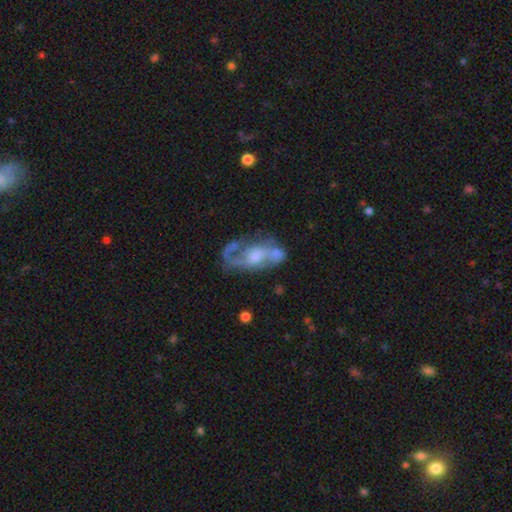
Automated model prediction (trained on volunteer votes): smooth-or-featured: featured or disk: 78% | smooth: 14% | star or artifact: 7%
  disk-edge-on: no: 94% | yes: 6%
    bar: no: 56% | weak: 35% | strong: 9%
    has-spiral-arms: yes: 83% | no: 17%
      spiral-winding: medium: 43% | loose: 41% | tight: 16%
      spiral-arm-count: 2: 68% | 1: 14% | can't tell: 12% | 3: 3% | 4: 1% | more than 4: 1%
    bulge-size: moderate: 45% | small: 29% | none: 12% | large: 12% | dominant: 2%
  merging: none: 47% | major disturbance: 21% | minor disturbance: 20% | merger: 13%